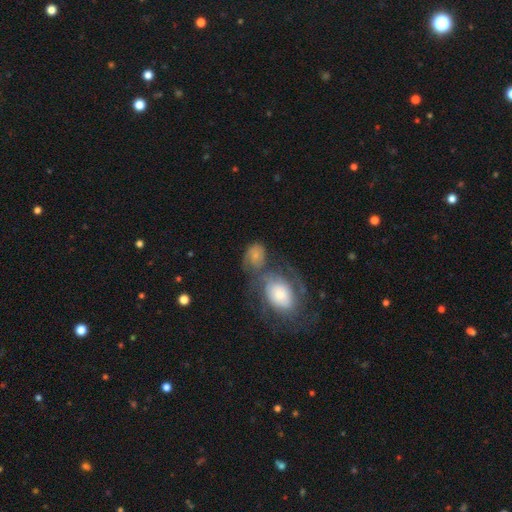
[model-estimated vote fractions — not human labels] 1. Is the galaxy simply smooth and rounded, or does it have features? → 52% smooth, 38% featured or disk, 9% star or artifact.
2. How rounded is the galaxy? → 59% in between, 39% round, 2% cigar-shaped.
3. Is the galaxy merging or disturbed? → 45% merger, 30% none, 14% minor disturbance, 11% major disturbance.